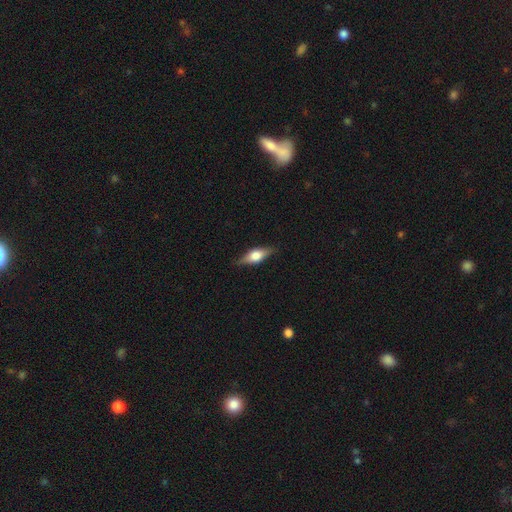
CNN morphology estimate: A featured or disk galaxy (47%). Merging: none (84%).